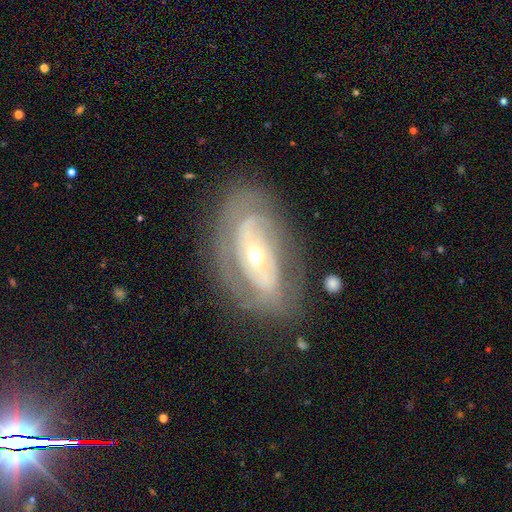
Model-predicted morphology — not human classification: The model was most divided on "bulge size": moderate: 51%, small: 45%, large: 3%, dominant: 1%, none: 1%. Remaining: edge-on disk — no (92%); smooth or featured — featured or disk (80%); spiral arms — yes (74%); merging — none (71%); bar — no (63%); spiral winding — tight (62%); spiral arm count — 2 (44%).